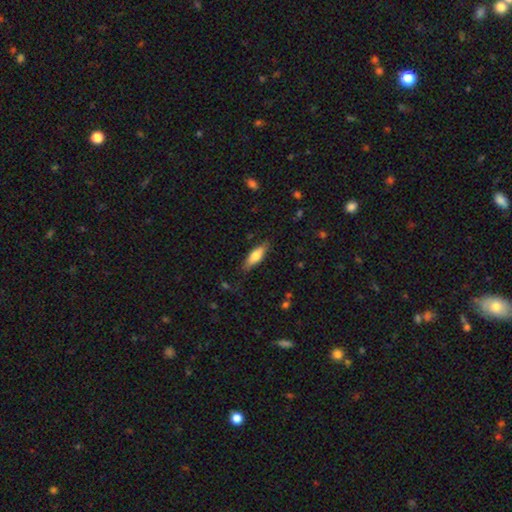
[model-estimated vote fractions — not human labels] A smooth galaxy with no disk features (73%) that is in between round and cigar-shaped (57%). Merging: none (81%).